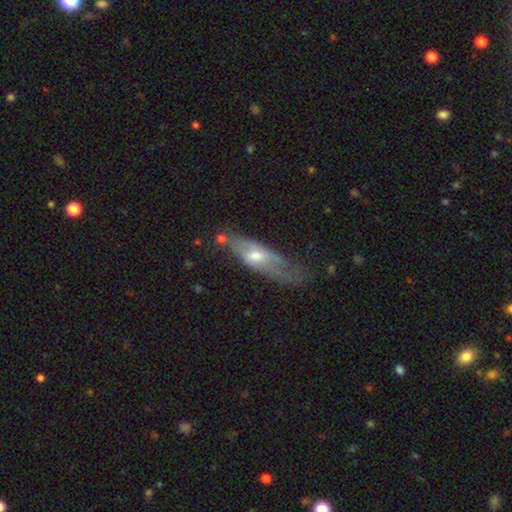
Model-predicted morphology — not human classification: A featured or disk galaxy (57%).

Vote fractions:
- Smooth or featured? featured or disk: 57% / smooth: 37% / star or artifact: 7%
- Edge-on disk? no: 56% / yes: 44%
- Merging? none: 52% / minor disturbance: 27% / major disturbance: 15% / merger: 5%